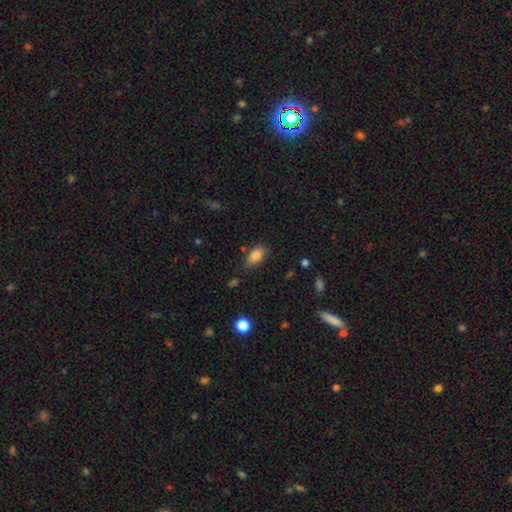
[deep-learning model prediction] Overall: smooth (83%). How rounded: in between (89%). Merging: none (75%).